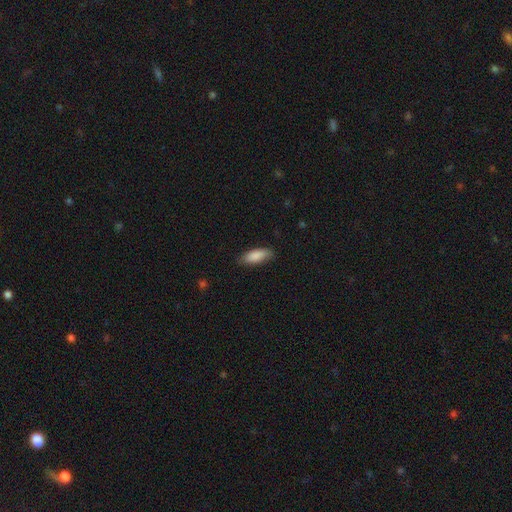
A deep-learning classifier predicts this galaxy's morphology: smooth-or-featured: smooth: 87% | featured or disk: 7% | star or artifact: 6%
  how-rounded: in between: 75% | cigar-shaped: 23% | round: 2%
  merging: none: 80% | minor disturbance: 16% | major disturbance: 3% | merger: 1%